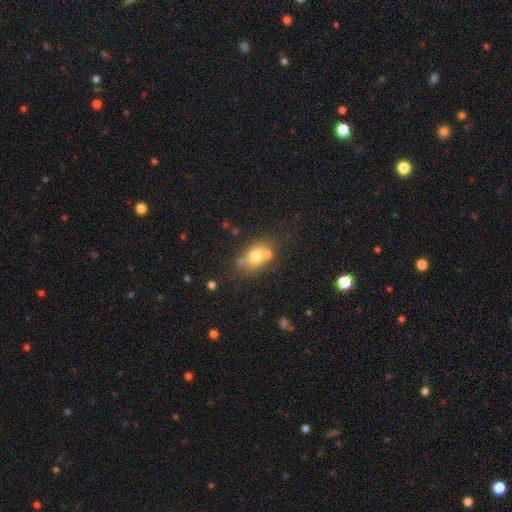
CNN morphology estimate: Smooth or featured? smooth (70%)
How rounded? in between (62%)
Merging? none (52%)